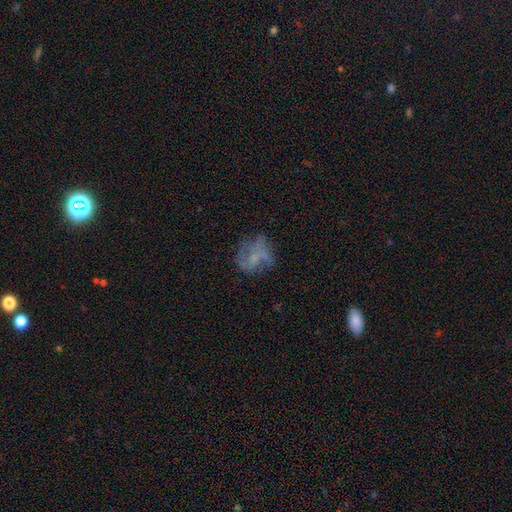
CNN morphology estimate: A featured or disk galaxy (56%) with no bar (70%), spiral arms (62%) and no central bulge (44%). Merging: none (54%).